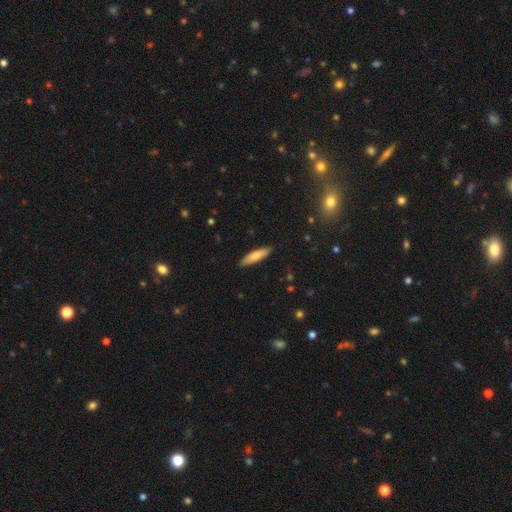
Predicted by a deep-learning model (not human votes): Overall: smooth (73%). How rounded: cigar-shaped (76%). Merging: none (89%).